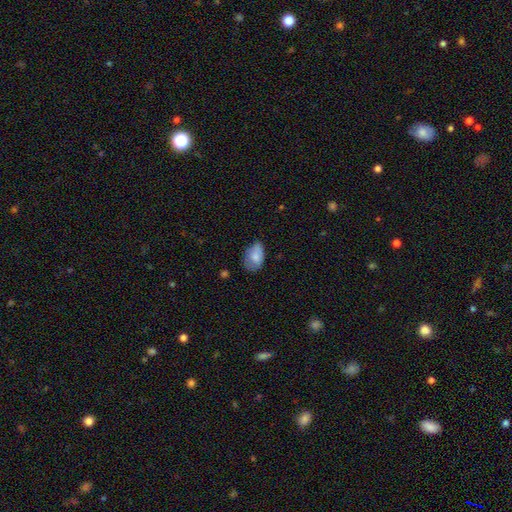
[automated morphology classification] Smooth or featured? smooth (78%)
How rounded? in between (87%)
Merging? none (50%)